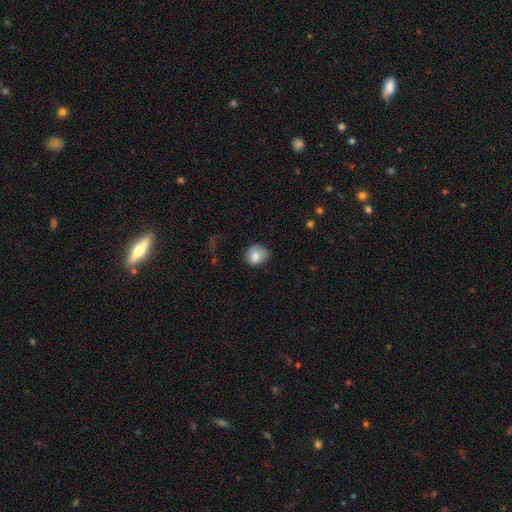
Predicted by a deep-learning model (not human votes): Smooth or featured?
  - smooth: 79% *
  - featured or disk: 12%
  - star or artifact: 9%
How rounded?
  - round: 66% *
  - in between: 33%
  - cigar-shaped: 1%
Merging?
  - none: 65% *
  - minor disturbance: 26%
  - major disturbance: 7%
  - merger: 2%